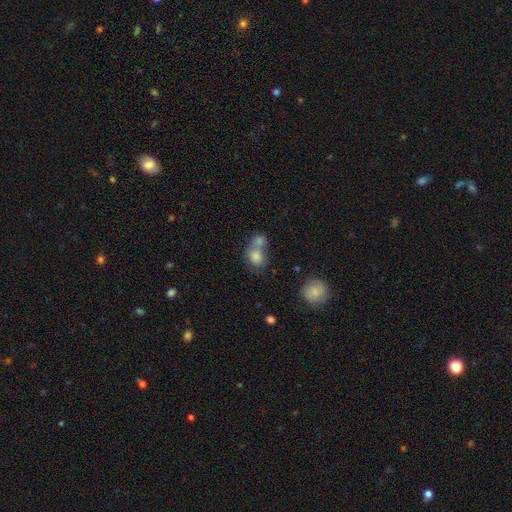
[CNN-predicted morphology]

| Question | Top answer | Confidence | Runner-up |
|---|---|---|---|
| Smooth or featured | smooth | 76% | featured or disk (13%) |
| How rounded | round | 62% | in between (37%) |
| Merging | merger | 57% | none (31%) |